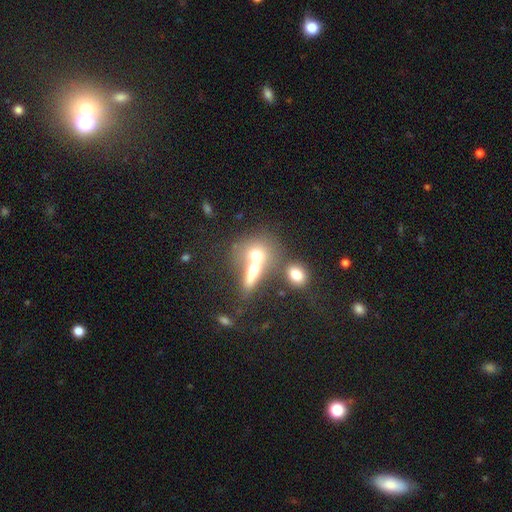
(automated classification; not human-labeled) Q: Smooth or featured?
A: smooth (61%); runner-up: featured or disk (27%)
Q: How rounded?
A: round (48%); runner-up: in between (42%)
Q: Merging?
A: merger (62%); runner-up: none (25%)